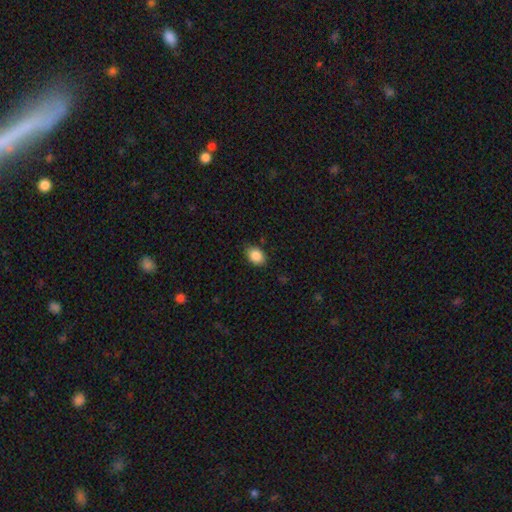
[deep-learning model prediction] Smooth or featured?
  - smooth: 87% *
  - star or artifact: 8%
  - featured or disk: 4%
How rounded?
  - in between: 76% *
  - round: 23%
  - cigar-shaped: 1%
Merging?
  - none: 84% *
  - minor disturbance: 12%
  - major disturbance: 2%
  - merger: 1%